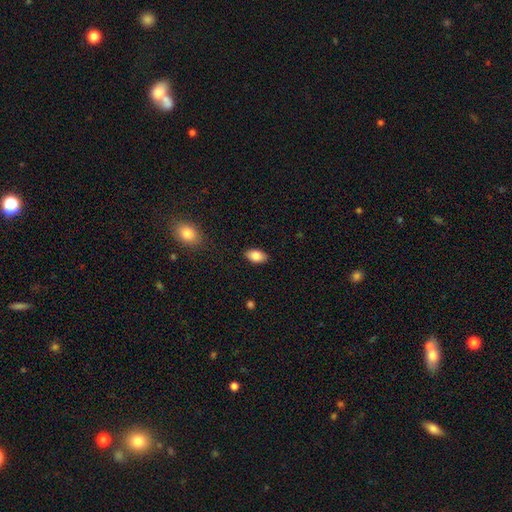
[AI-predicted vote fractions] smooth_or_featured: smooth (p=0.86) [alt: star or artifact p=0.07]
how_rounded: in between (p=0.93) [alt: round p=0.06]
merging: none (p=0.88) [alt: minor disturbance p=0.09]